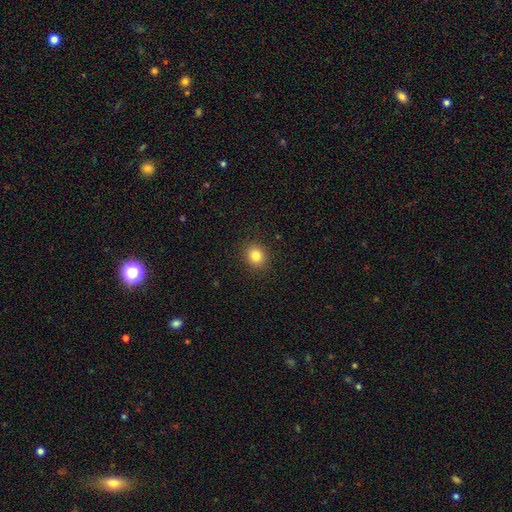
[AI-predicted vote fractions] smooth-or-featured: smooth: 83% | star or artifact: 11% | featured or disk: 6%
  how-rounded: round: 74% | in between: 25% | cigar-shaped: 1%
  merging: none: 90% | minor disturbance: 7% | major disturbance: 2% | merger: 1%